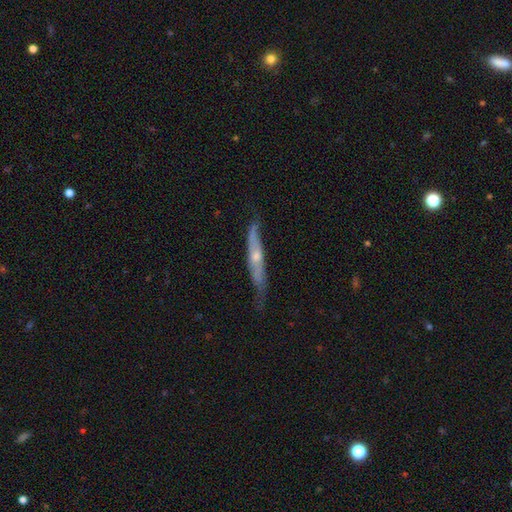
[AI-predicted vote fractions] Smooth or featured?
  - featured or disk: 68% *
  - smooth: 26%
  - star or artifact: 6%
Edge-on disk?
  - yes: 75% *
  - no: 25%
Edge-on bulge?
  - rounded: 70% *
  - none: 25%
  - boxy: 5%
Merging?
  - none: 64% *
  - minor disturbance: 27%
  - major disturbance: 7%
  - merger: 2%